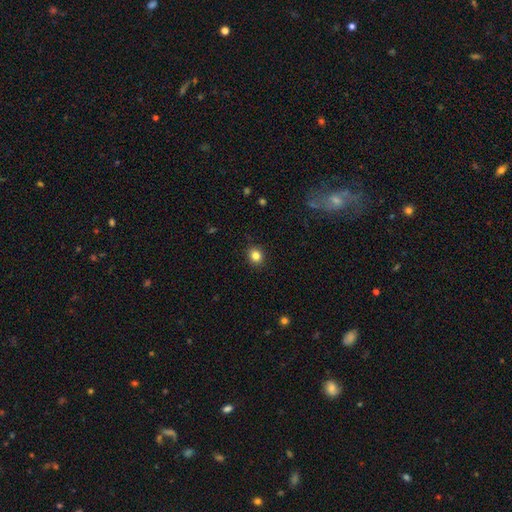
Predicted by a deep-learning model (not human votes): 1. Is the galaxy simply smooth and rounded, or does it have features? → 84% smooth, 11% star or artifact, 5% featured or disk.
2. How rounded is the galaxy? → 74% round, 25% in between, 1% cigar-shaped.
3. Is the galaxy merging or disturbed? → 91% none, 6% minor disturbance, 2% major disturbance, 1% merger.